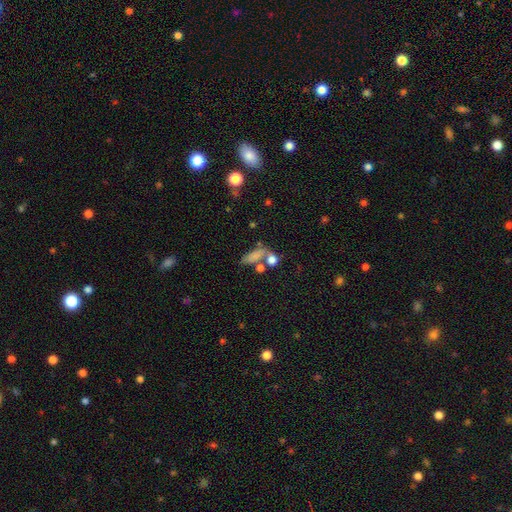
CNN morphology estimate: Smooth or featured?
  - smooth: 73% *
  - featured or disk: 14%
  - star or artifact: 12%
How rounded?
  - in between: 61% *
  - cigar-shaped: 26%
  - round: 13%
Merging?
  - none: 44% *
  - merger: 31%
  - minor disturbance: 15%
  - major disturbance: 10%